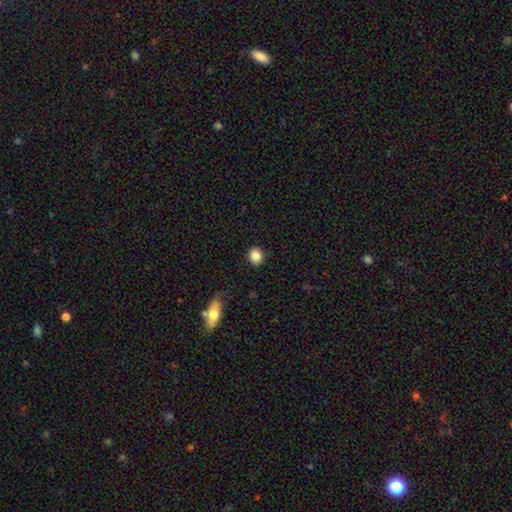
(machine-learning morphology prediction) smooth 86%, star or artifact 9%, featured or disk 5%. Down the decision tree: how rounded — round (76%); merging — none (89%).